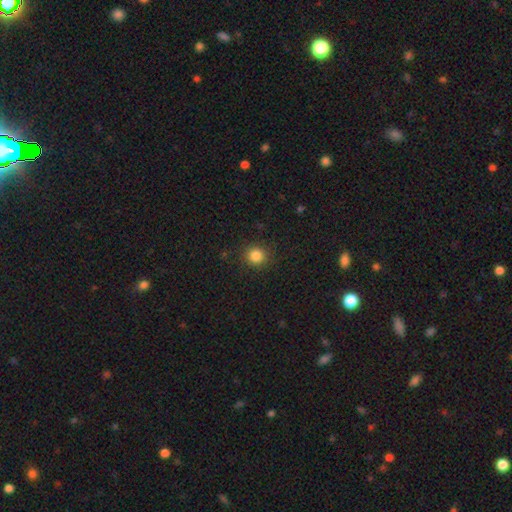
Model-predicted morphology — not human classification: A smooth galaxy with no disk features (84%) that is round (92%). Merging: none (90%).